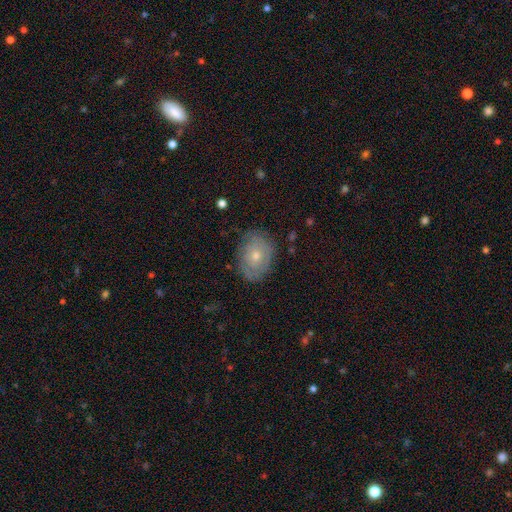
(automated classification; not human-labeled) This appears to be a featured or disk galaxy (45%, tied with smooth). Merging: none (78%).